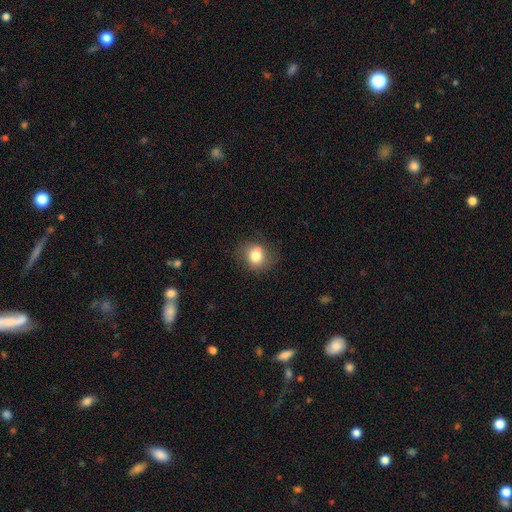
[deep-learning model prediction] This is likely a smooth galaxy (78%). How rounded: likely round (70%). Merging: likely none (65%).